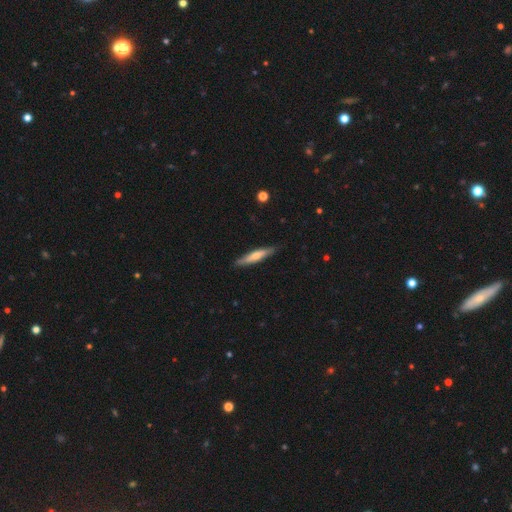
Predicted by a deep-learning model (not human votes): A smooth galaxy with no disk features (49%).

Vote fractions:
- Smooth or featured? smooth: 49% / featured or disk: 46% / star or artifact: 5%
- Merging? none: 85% / minor disturbance: 12% / major disturbance: 2% / merger: 1%